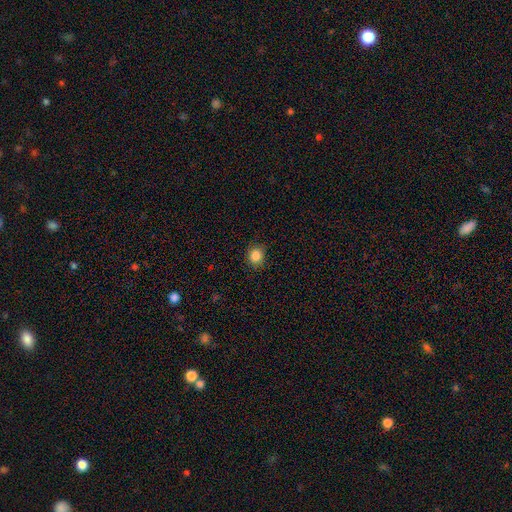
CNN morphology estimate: Smooth or featured?
  - smooth: 86% *
  - star or artifact: 10%
  - featured or disk: 4%
How rounded?
  - round: 76% *
  - in between: 23%
  - cigar-shaped: 1%
Merging?
  - none: 85% *
  - minor disturbance: 11%
  - major disturbance: 3%
  - merger: 1%